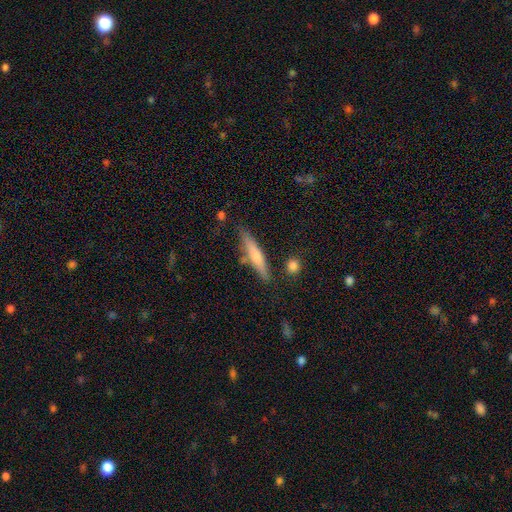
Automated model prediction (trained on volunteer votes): Morphology: type=smooth (56%); roundness=cigar-shaped (90%); merging=none (80%).